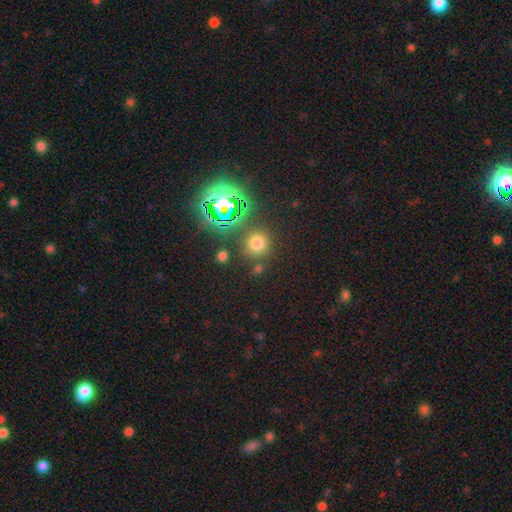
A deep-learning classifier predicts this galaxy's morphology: smooth_or_featured: smooth (p=0.47) [tied with: star or artifact p=0.47]
merging: none (p=0.84) [alt: merger p=0.07]